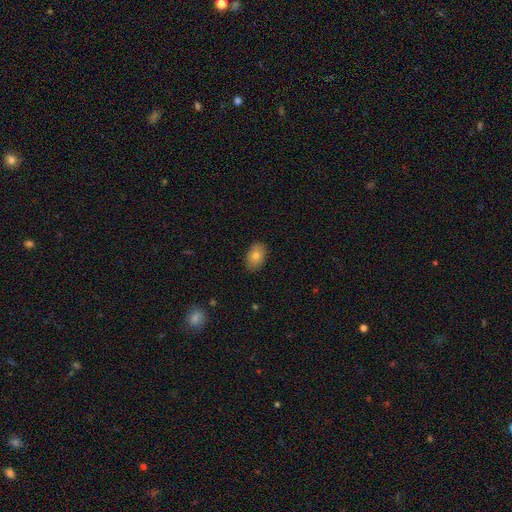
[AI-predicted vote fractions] Smooth or featured? smooth (79%)
How rounded? in between (86%)
Merging? none (87%)